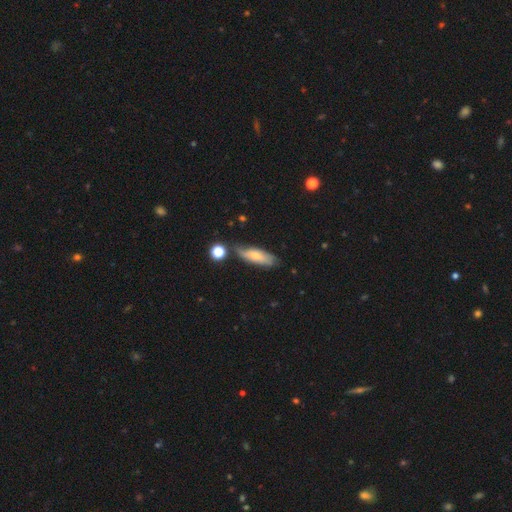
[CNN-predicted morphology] Q: Smooth or featured?
A: smooth (64%); runner-up: featured or disk (28%)
Q: How rounded?
A: in between (50%); runner-up: cigar-shaped (47%)
Q: Merging?
A: none (66%); runner-up: minor disturbance (23%)